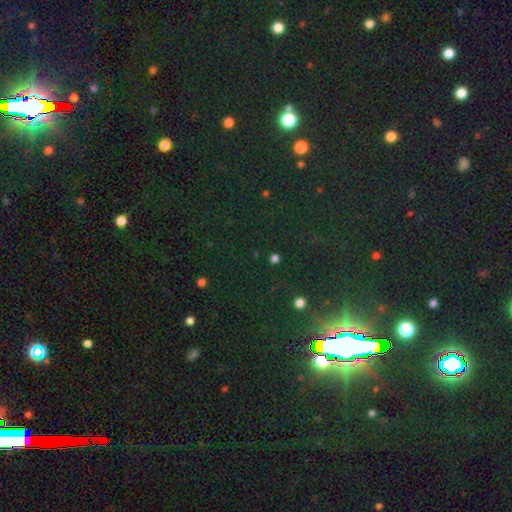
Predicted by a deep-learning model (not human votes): Smooth or featured: star or artifact — 83% (smooth — 10%)